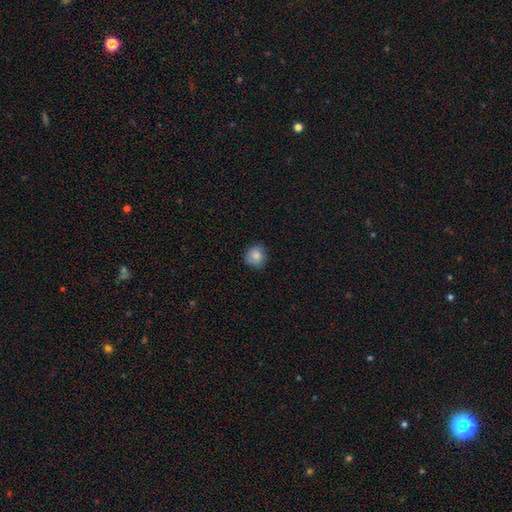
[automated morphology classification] A smooth galaxy with no disk features (85%) that is round (86%).

Vote fractions:
- Smooth or featured? smooth: 85% / star or artifact: 9% / featured or disk: 6%
- How rounded? round: 86% / in between: 13% / cigar-shaped: 1%
- Merging? none: 83% / minor disturbance: 13% / major disturbance: 2% / merger: 1%